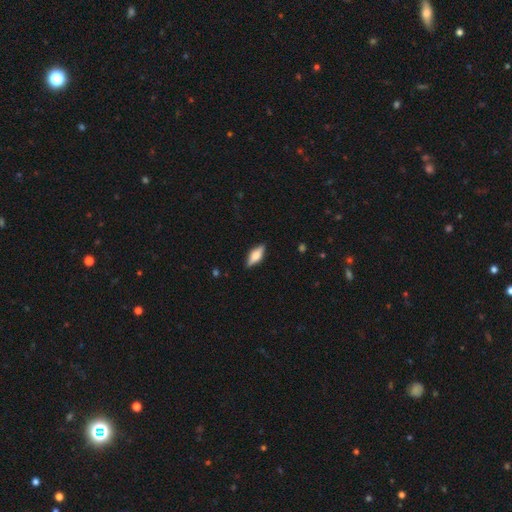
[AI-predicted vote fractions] Smooth or featured?
  - smooth: 55% *
  - featured or disk: 38%
  - star or artifact: 7%
How rounded?
  - in between: 70% *
  - cigar-shaped: 27%
  - round: 3%
Merging?
  - none: 86% *
  - minor disturbance: 11%
  - major disturbance: 2%
  - merger: 1%